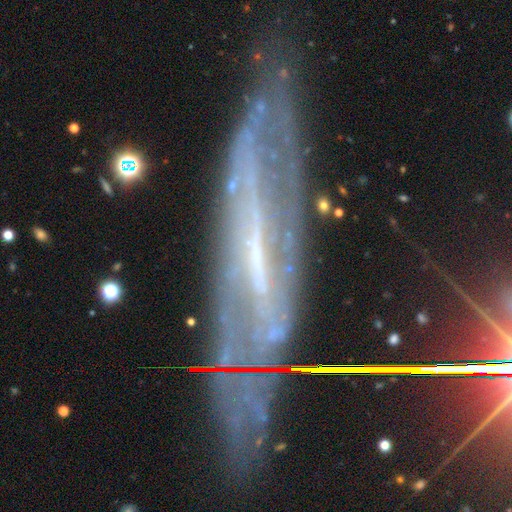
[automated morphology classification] smooth_or_featured: featured or disk (p=0.77) [alt: star or artifact p=0.12]
disk_edge_on: no (p=0.62) [alt: yes p=0.38]
merging: none (p=0.67) [alt: minor disturbance p=0.20]